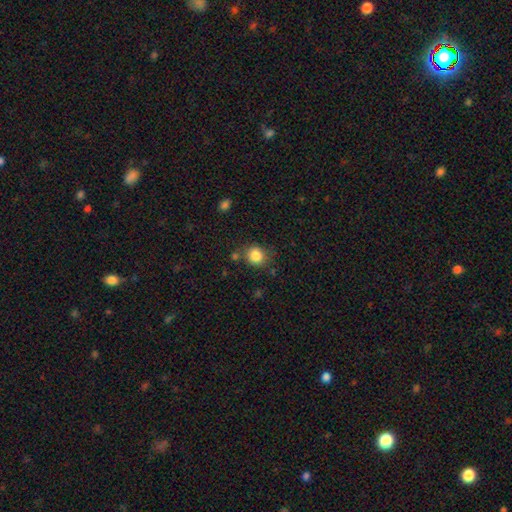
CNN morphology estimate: smooth-or-featured: smooth: 85% | star or artifact: 10% | featured or disk: 5%
  how-rounded: round: 81% | in between: 18% | cigar-shaped: 1%
  merging: none: 76% | minor disturbance: 13% | merger: 7% | major disturbance: 4%